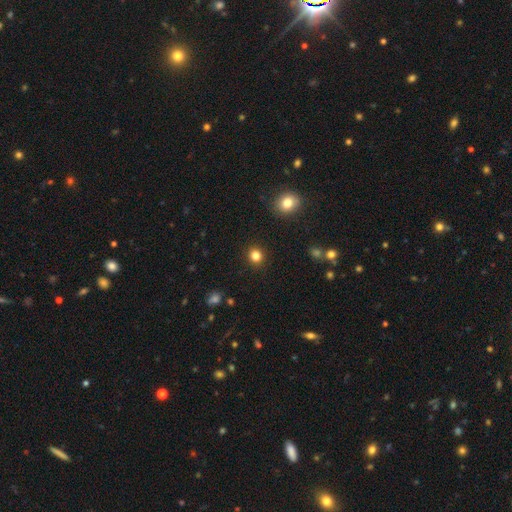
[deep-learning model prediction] Overall: smooth (82%). How rounded: round (88%). Merging: none (91%).